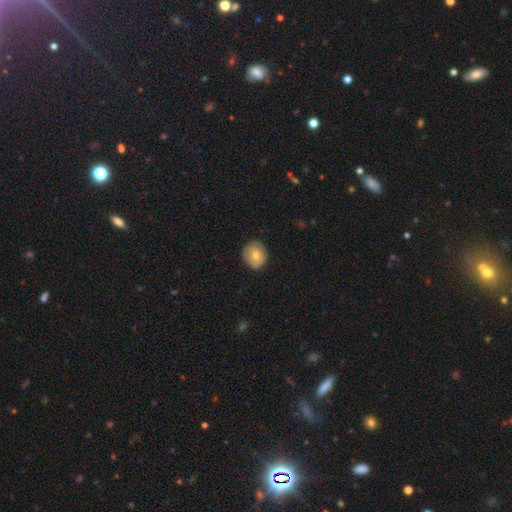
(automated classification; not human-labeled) Smooth or featured: smooth — 69% (featured or disk — 24%)
How rounded: round — 78% (in between — 21%)
Merging: none — 78% (minor disturbance — 18%)